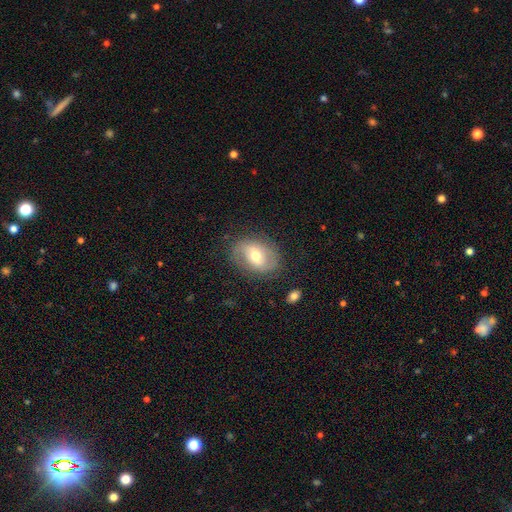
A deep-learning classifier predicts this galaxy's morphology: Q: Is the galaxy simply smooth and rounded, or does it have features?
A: featured or disk — 50%.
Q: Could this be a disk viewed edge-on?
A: no — 94%.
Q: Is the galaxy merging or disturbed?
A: none — 77%.